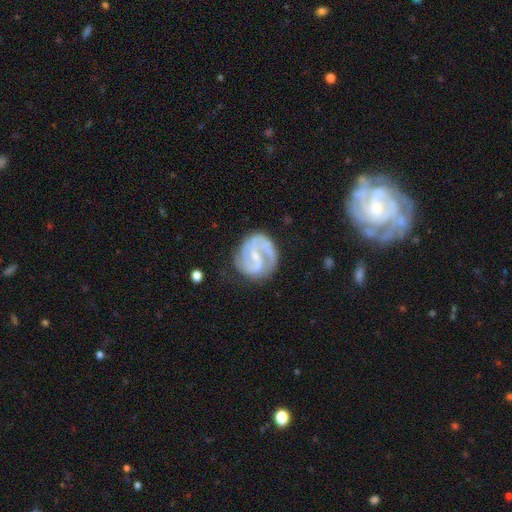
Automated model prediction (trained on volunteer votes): smooth-or-featured: featured or disk: 87% | smooth: 9% | star or artifact: 5%
  disk-edge-on: no: 98% | yes: 2%
    bar: weak: 50% | strong: 28% | no: 22%
    has-spiral-arms: yes: 96% | no: 4%
      spiral-winding: medium: 45% | tight: 44% | loose: 12%
      spiral-arm-count: 2: 75% | 3: 8% | can't tell: 8% | 1: 6% | 4: 2% | more than 4: 2%
    bulge-size: small: 64% | moderate: 22% | none: 11% | large: 1% | dominant: 1%
  merging: none: 69% | minor disturbance: 20% | major disturbance: 10% | merger: 2%